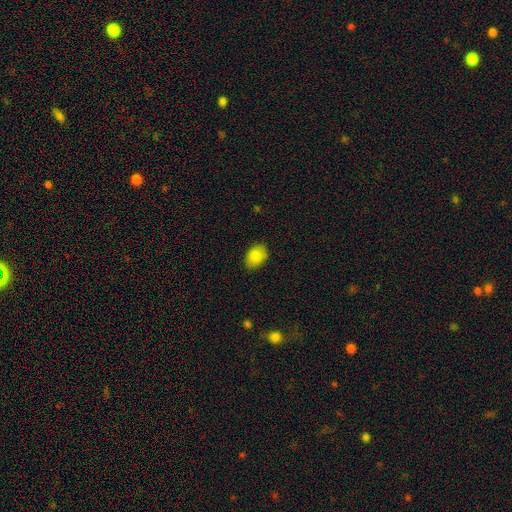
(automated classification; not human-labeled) Q: Smooth or featured?
A: smooth (86%); runner-up: star or artifact (8%)
Q: How rounded?
A: in between (79%); runner-up: round (20%)
Q: Merging?
A: none (83%); runner-up: minor disturbance (13%)